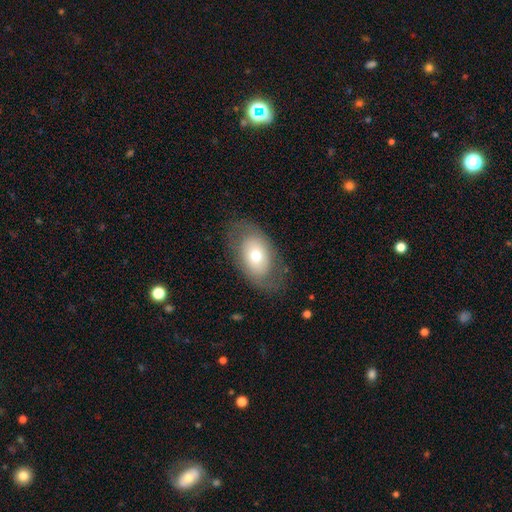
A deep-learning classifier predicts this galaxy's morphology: smooth-or-featured: smooth: 58% | featured or disk: 34% | star or artifact: 8%
  how-rounded: in between: 86% | round: 12% | cigar-shaped: 1%
  merging: none: 73% | minor disturbance: 16% | major disturbance: 9% | merger: 1%